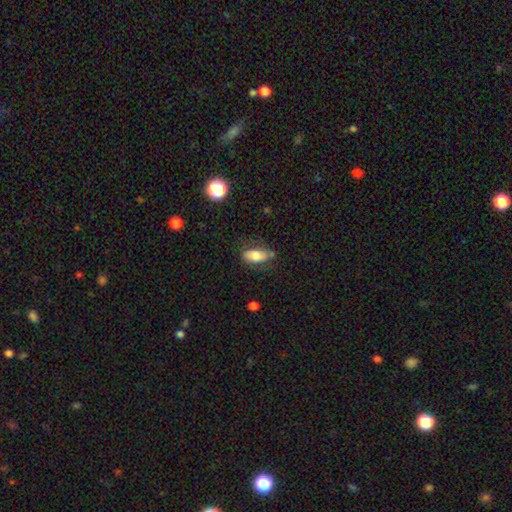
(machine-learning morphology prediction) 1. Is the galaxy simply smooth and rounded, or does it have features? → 72% smooth, 21% featured or disk, 8% star or artifact.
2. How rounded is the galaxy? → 81% in between, 15% cigar-shaped, 4% round.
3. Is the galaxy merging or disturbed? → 64% none, 24% minor disturbance, 8% major disturbance, 4% merger.